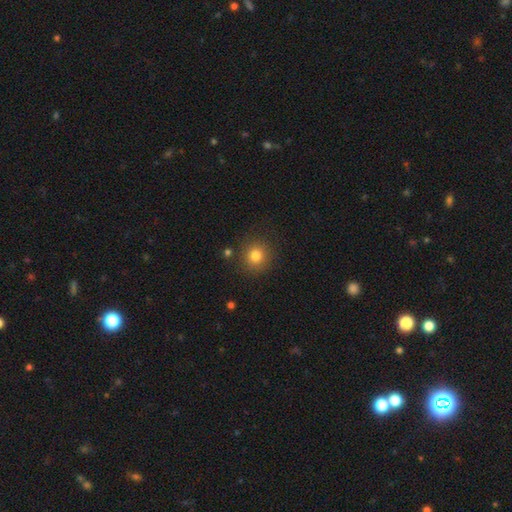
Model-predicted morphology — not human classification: This is likely a smooth galaxy (80%). How rounded: clearly round (91%). Merging: clearly none (87%).